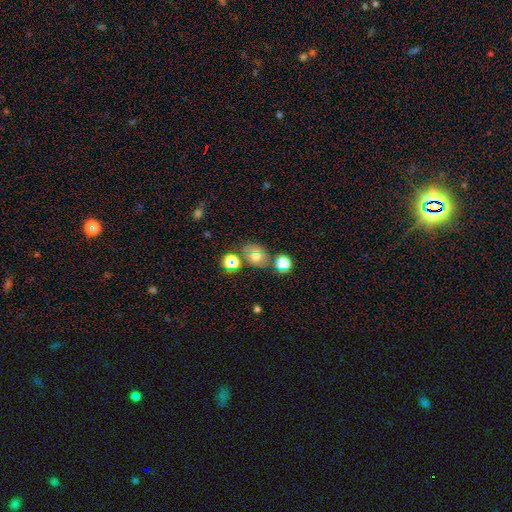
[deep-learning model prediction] smooth 60%, star or artifact 22%, featured or disk 18%. Down the decision tree: how rounded — in between (53%); merging — none (70%).